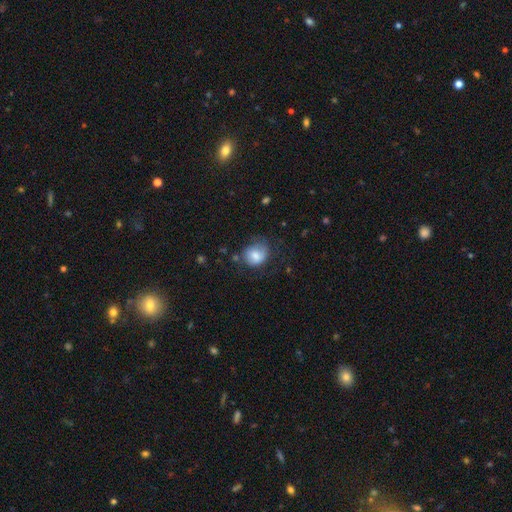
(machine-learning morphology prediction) This appears to be a smooth galaxy with no disk features (76%) that is round (64%). Merging: none (54%).